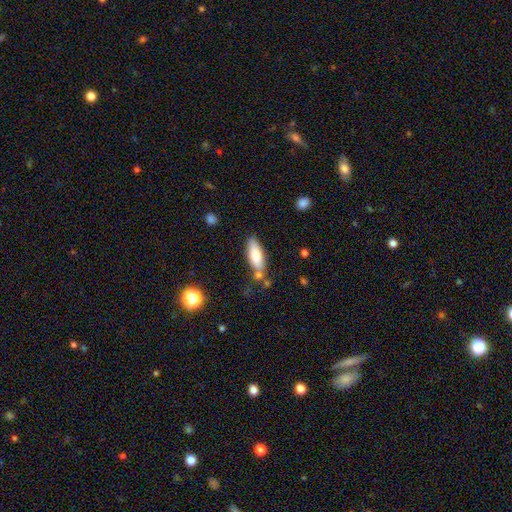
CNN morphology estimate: This is likely a smooth galaxy (78%). How rounded: likely in between (65%). Merging: likely none (68%).